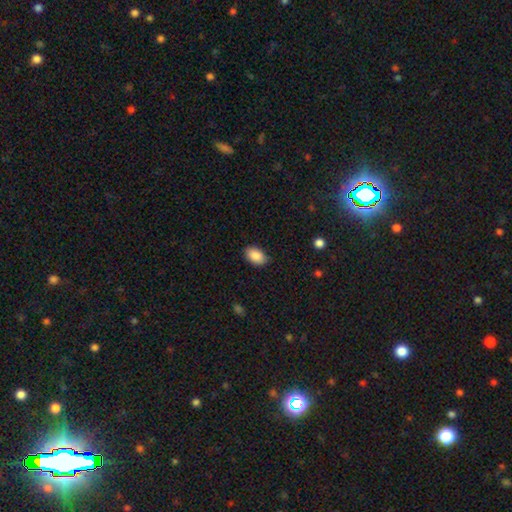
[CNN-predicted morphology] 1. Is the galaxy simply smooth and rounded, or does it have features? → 89% smooth, 7% star or artifact, 4% featured or disk.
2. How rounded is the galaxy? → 90% in between, 9% round, 1% cigar-shaped.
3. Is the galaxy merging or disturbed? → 83% none, 13% minor disturbance, 3% major disturbance, 1% merger.